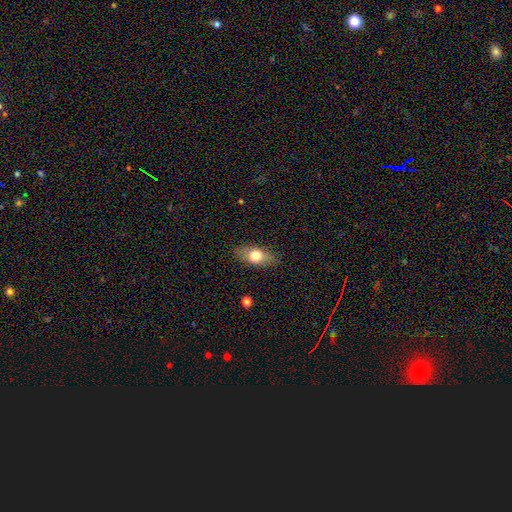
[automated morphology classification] A smooth galaxy with no disk features (70%) that is in between round and cigar-shaped (82%). Merging: none (85%).